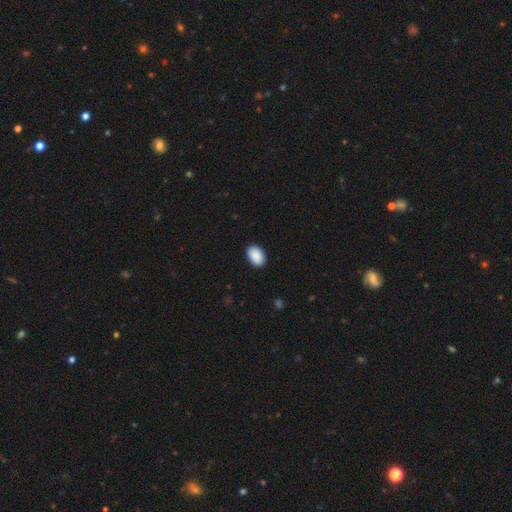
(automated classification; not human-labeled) Morphology: type=smooth (91%); roundness=in between (87%); merging=none (89%).